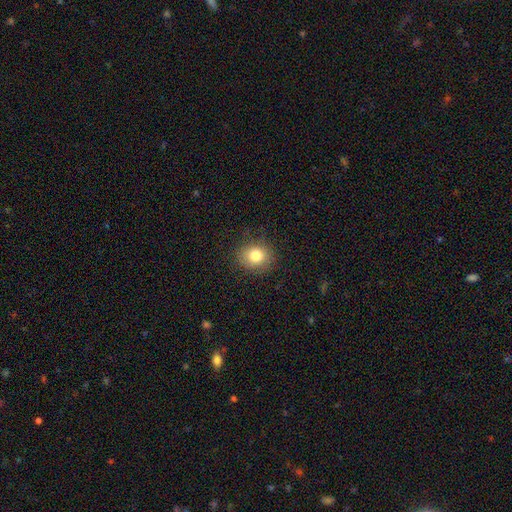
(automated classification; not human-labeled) smooth-or-featured: smooth: 81% | star or artifact: 11% | featured or disk: 8%
  how-rounded: round: 75% | in between: 24% | cigar-shaped: 1%
  merging: none: 85% | minor disturbance: 11% | major disturbance: 3% | merger: 1%